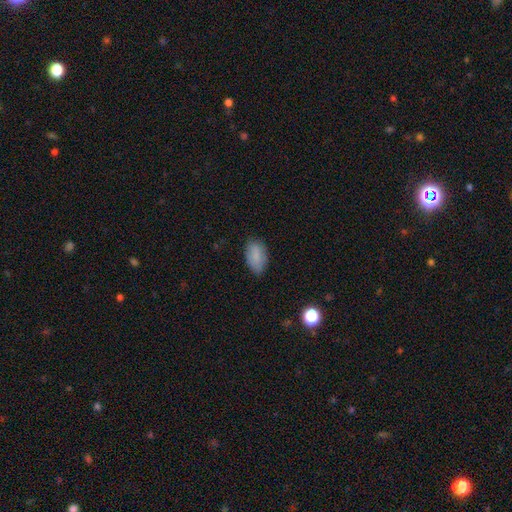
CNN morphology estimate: A smooth galaxy with no disk features (83%) that is in between round and cigar-shaped (93%). Merging: none (75%).